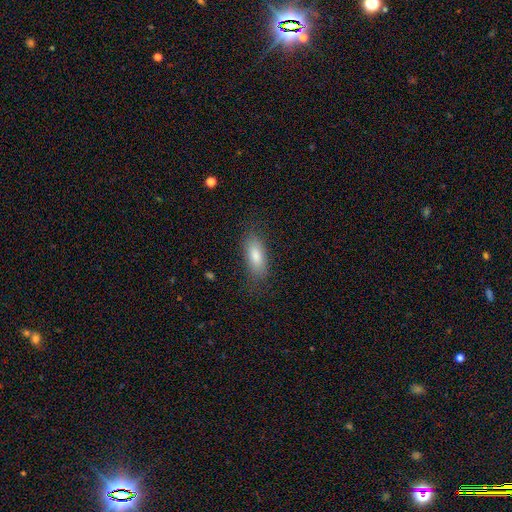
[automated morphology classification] Smooth or featured? smooth (82%)
How rounded? in between (80%)
Merging? none (79%)